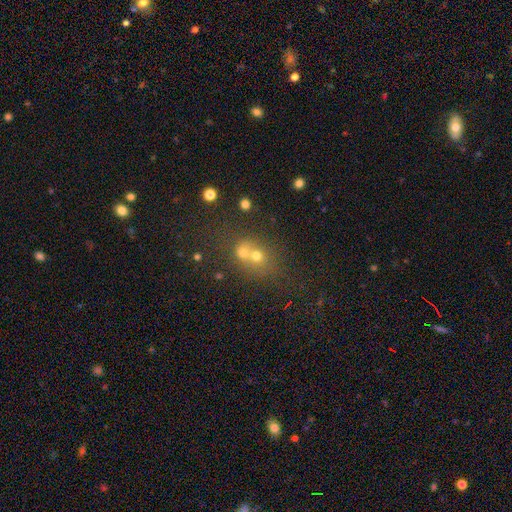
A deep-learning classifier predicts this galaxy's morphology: The model was most divided on "merging": merger: 57%, none: 33%, minor disturbance: 7%, major disturbance: 4%. More confident: how rounded — round (70%); smooth or featured — smooth (56%).